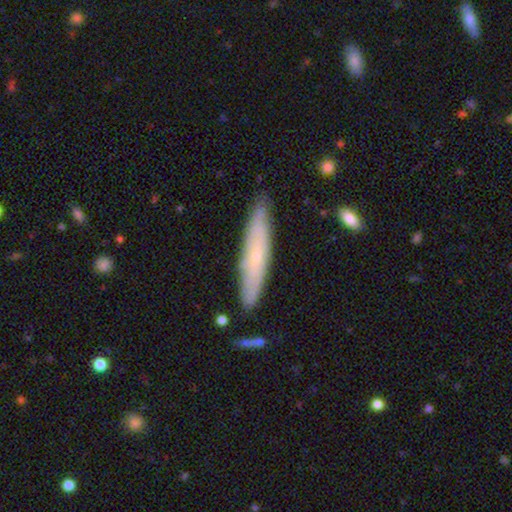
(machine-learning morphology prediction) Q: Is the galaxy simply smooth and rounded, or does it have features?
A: smooth — 47%, tied with featured or disk.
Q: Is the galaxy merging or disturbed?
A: none — 83%.